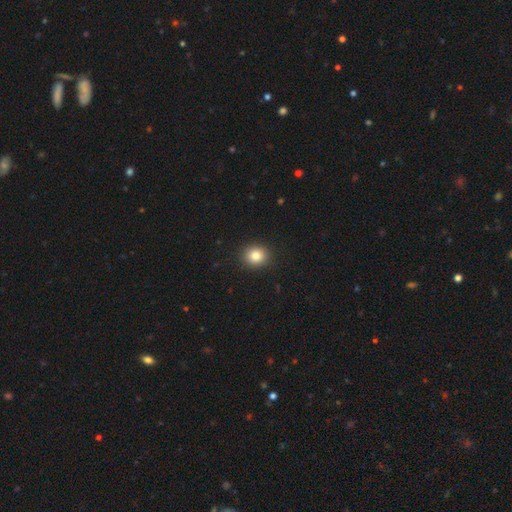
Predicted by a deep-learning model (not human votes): Morphology: type=smooth (84%); roundness=round (79%); merging=none (91%).